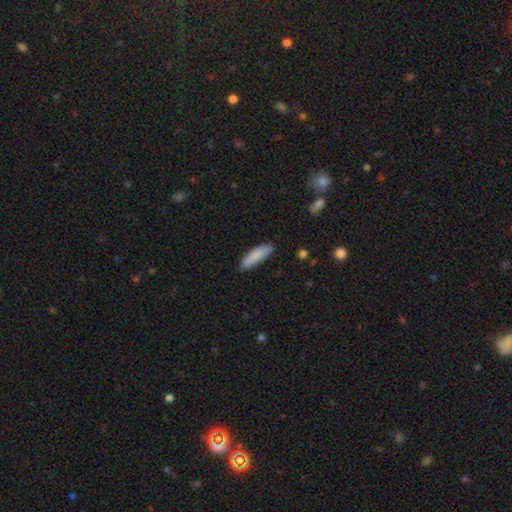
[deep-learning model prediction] Smooth or featured? smooth (85%)
How rounded? cigar-shaped (61%)
Merging? none (82%)